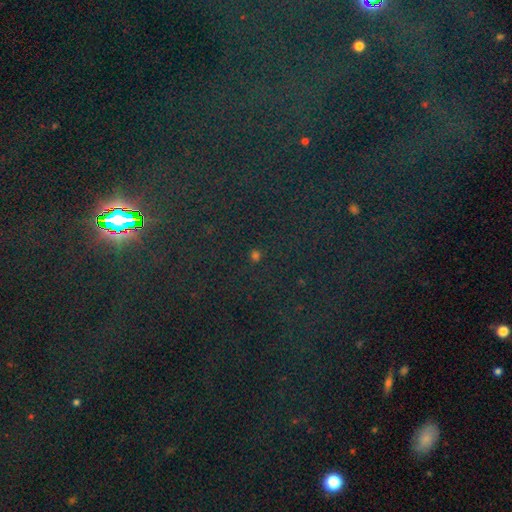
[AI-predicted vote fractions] This is clearly a star or artifact rather than a galaxy (81%).